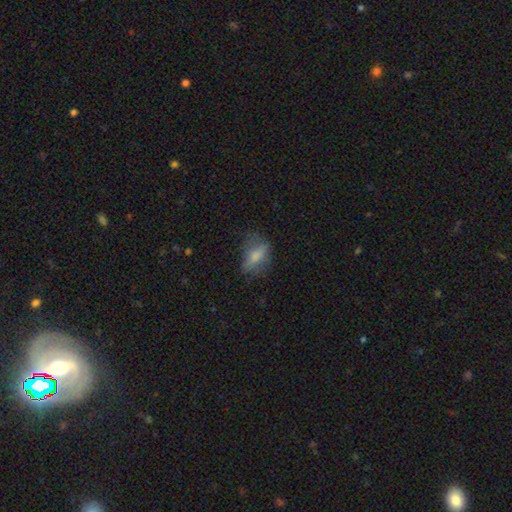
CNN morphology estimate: The model was most divided on "merging": none: 58%, minor disturbance: 25%, major disturbance: 15%, merger: 2%. More confident: how rounded — in between (80%); smooth or featured — smooth (65%).